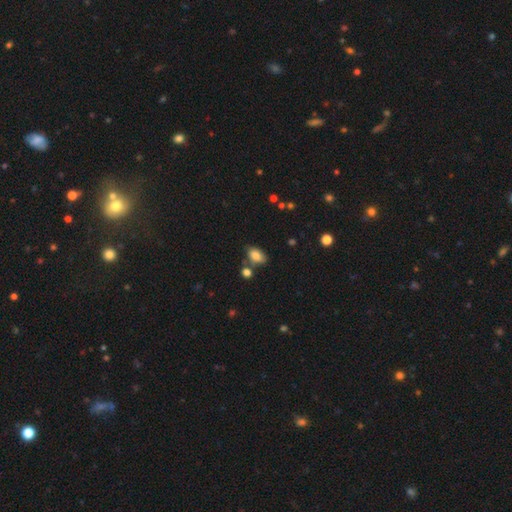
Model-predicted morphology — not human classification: A smooth galaxy with no disk features (83%) that is in between round and cigar-shaped (89%). Merging: none (66%).